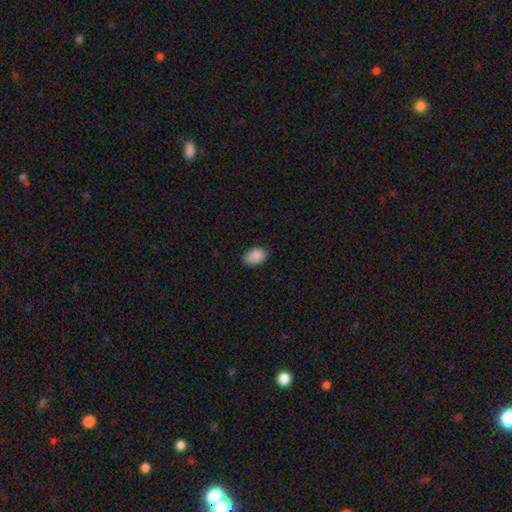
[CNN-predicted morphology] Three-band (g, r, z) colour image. It shows a smooth galaxy with no disk features (89%) that is in between round and cigar-shaped (87%). Merging: none (81%).